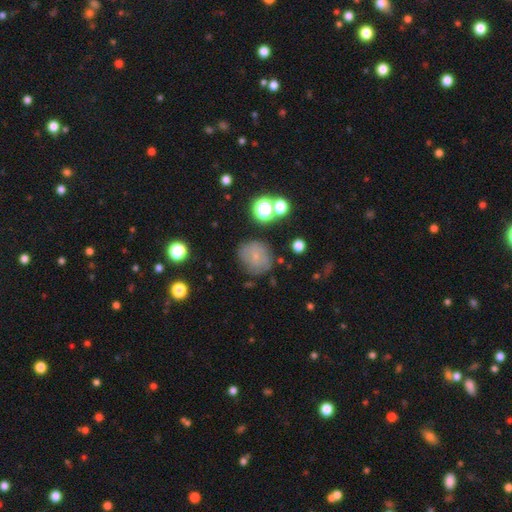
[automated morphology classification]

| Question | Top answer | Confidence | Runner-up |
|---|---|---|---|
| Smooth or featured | smooth | 59% | featured or disk (25%) |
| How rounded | round | 79% | in between (20%) |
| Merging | none | 70% | minor disturbance (19%) |